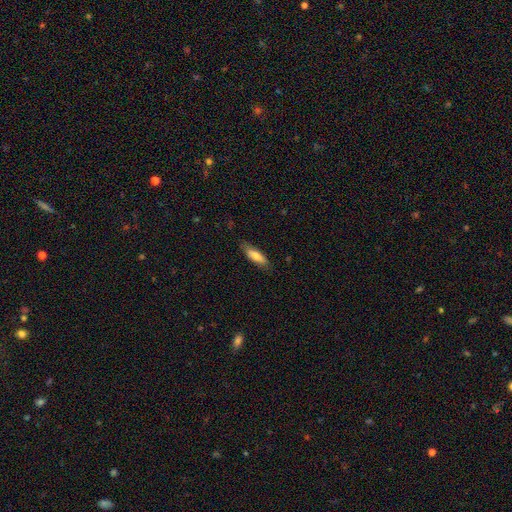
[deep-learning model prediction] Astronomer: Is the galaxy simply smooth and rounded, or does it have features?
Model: smooth — 72%.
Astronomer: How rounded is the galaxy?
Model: in between — 50% (runner-up: cigar-shaped, 48%).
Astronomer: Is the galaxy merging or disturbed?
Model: none — 80%.